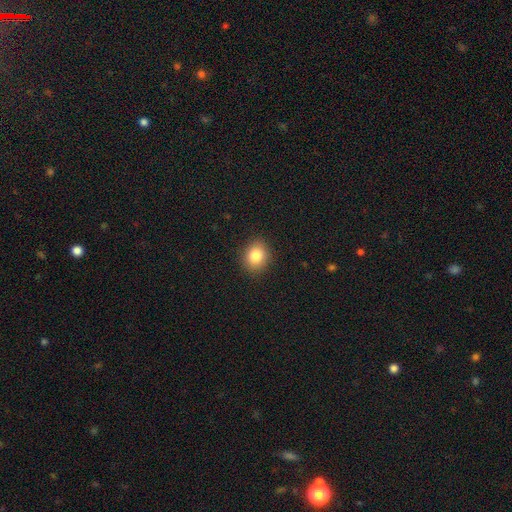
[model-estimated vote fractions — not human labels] smooth 83%, star or artifact 10%, featured or disk 7%. Down the decision tree: how rounded — round (65%); merging — none (90%).